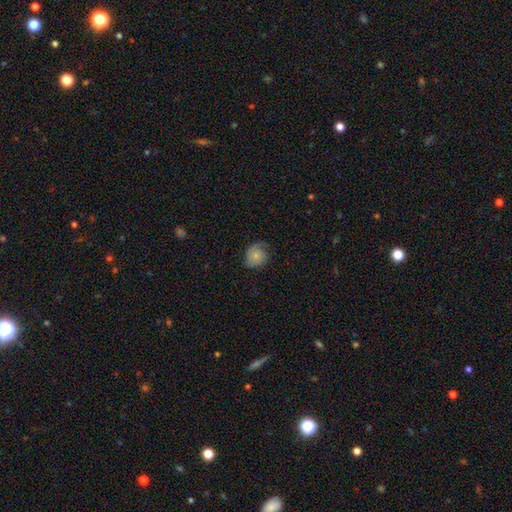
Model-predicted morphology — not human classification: Smooth or featured?
  - smooth: 55% *
  - featured or disk: 38%
  - star or artifact: 8%
How rounded?
  - round: 64% *
  - in between: 35%
  - cigar-shaped: 1%
Merging?
  - none: 57% *
  - minor disturbance: 29%
  - major disturbance: 13%
  - merger: 1%